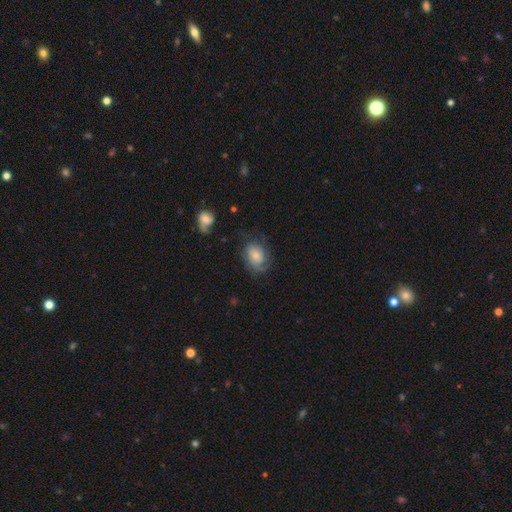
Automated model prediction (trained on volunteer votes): A featured or disk galaxy (51%). Merging: none (59%).